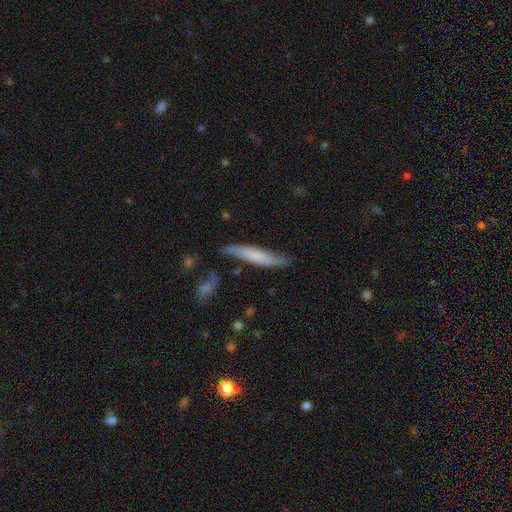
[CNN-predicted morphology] Smooth or featured: smooth — 64% (featured or disk — 31%)
How rounded: cigar-shaped — 90% (in between — 9%)
Merging: none — 73% (minor disturbance — 20%)